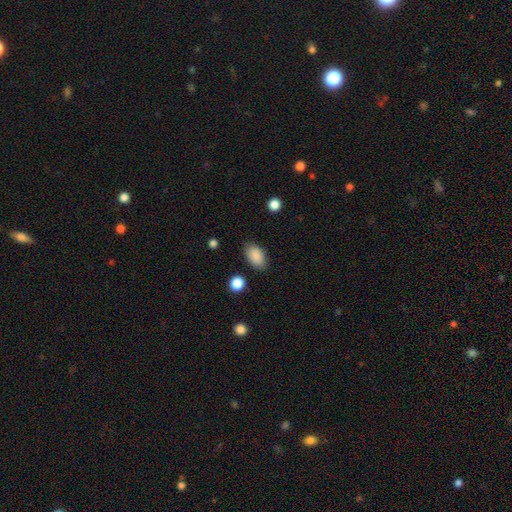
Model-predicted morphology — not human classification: The model was most divided on "merging": none: 83%, minor disturbance: 12%, major disturbance: 3%, merger: 2%. More confident: how rounded — in between (91%); smooth or featured — smooth (89%).